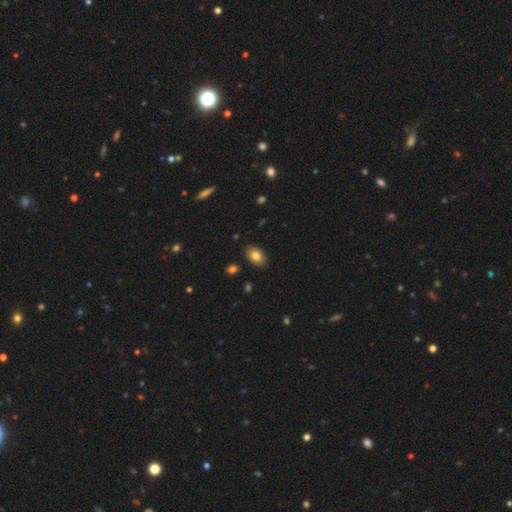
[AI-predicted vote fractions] smooth-or-featured: smooth: 82% | featured or disk: 9% | star or artifact: 8%
  how-rounded: in between: 86% | round: 12% | cigar-shaped: 1%
  merging: none: 87% | minor disturbance: 9% | major disturbance: 2% | merger: 2%